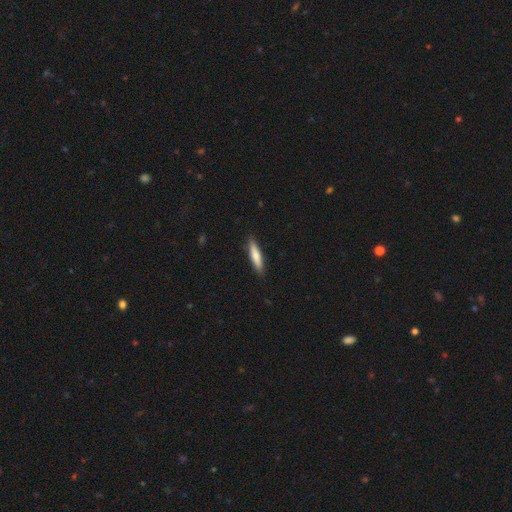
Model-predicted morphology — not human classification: This is likely a smooth galaxy (70%). How rounded: clearly cigar-shaped (84%). Merging: clearly none (89%).